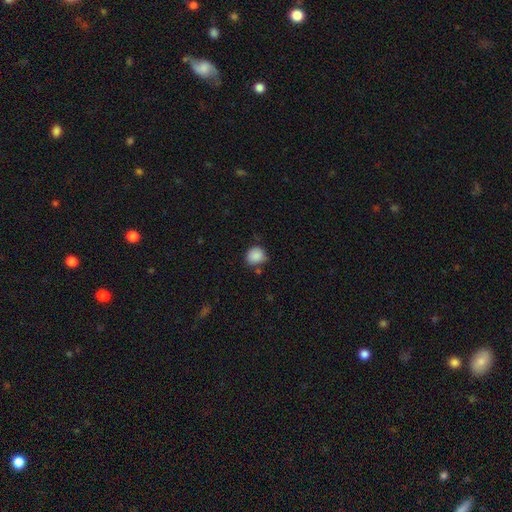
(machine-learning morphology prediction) smooth-or-featured: smooth: 88% | star or artifact: 8% | featured or disk: 4%
  how-rounded: round: 77% | in between: 22% | cigar-shaped: 1%
  merging: none: 71% | minor disturbance: 20% | merger: 5% | major disturbance: 4%